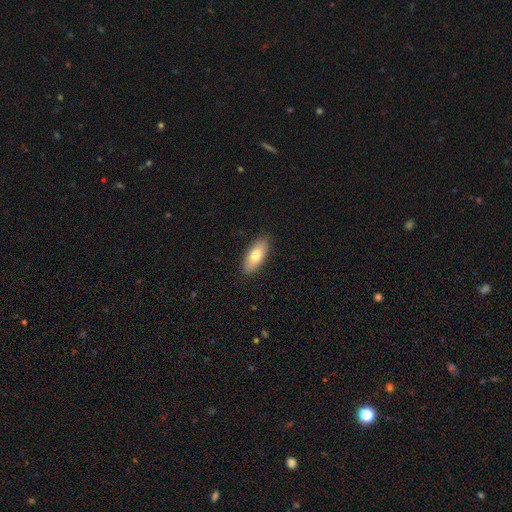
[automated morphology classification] smooth_or_featured: smooth (p=0.76) [alt: featured or disk p=0.18]
how_rounded: in between (p=0.85) [alt: cigar-shaped p=0.12]
merging: none (p=0.89) [alt: minor disturbance p=0.09]